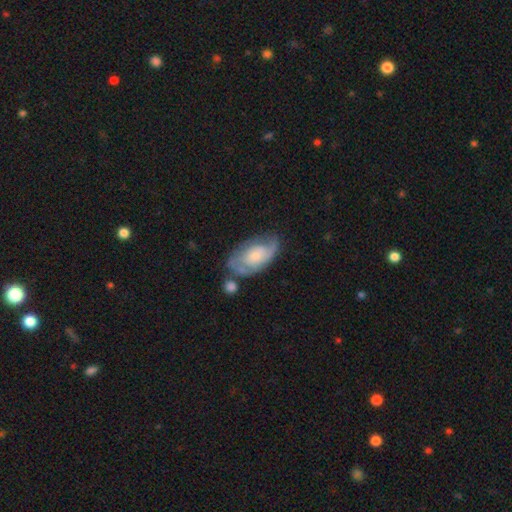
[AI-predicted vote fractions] A featured or disk galaxy (61%) with no bar (74%), spiral arms (81%) and a small central bulge (55%). Merging: none (50%).